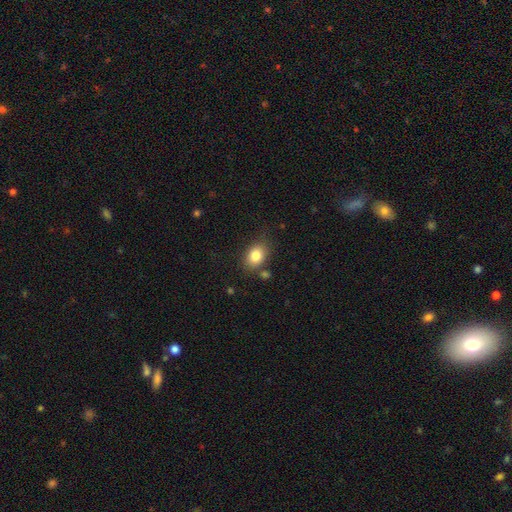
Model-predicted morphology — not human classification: Smooth or featured? smooth (82%)
How rounded? in between (71%)
Merging? none (76%)